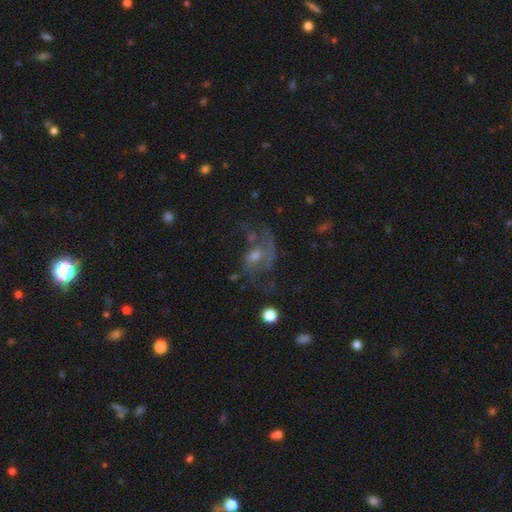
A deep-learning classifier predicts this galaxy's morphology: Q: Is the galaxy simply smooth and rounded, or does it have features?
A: featured or disk — 66%.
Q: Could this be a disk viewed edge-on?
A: no — 96%.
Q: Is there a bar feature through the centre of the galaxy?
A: no — 67%.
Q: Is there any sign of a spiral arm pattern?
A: yes — 76%.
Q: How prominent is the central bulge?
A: moderate — 50%.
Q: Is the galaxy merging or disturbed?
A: none — 41%.